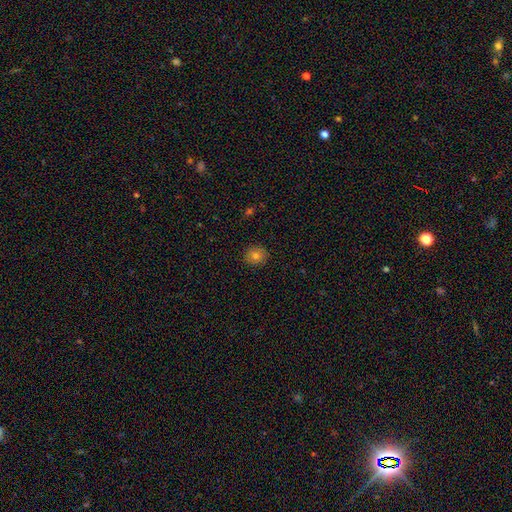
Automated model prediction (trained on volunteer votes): The model was most divided on "smooth or featured": smooth: 78%, star or artifact: 12%, featured or disk: 10%. More confident: merging — none (90%); how rounded — round (87%).